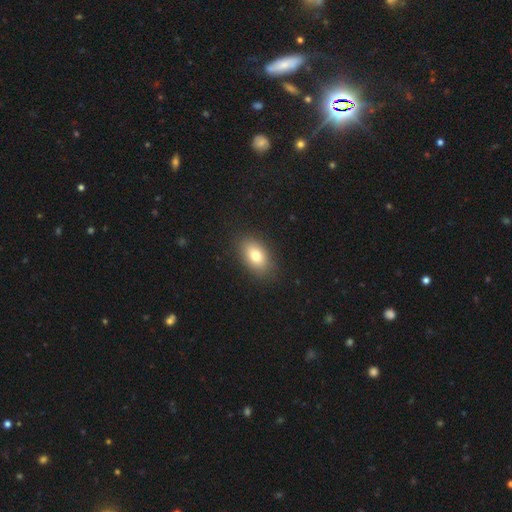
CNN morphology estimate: A smooth galaxy with no disk features (78%) that is in between round and cigar-shaped (87%).

Vote fractions:
- Smooth or featured? smooth: 78% / featured or disk: 13% / star or artifact: 9%
- How rounded? in between: 87% / round: 11% / cigar-shaped: 2%
- Merging? none: 87% / minor disturbance: 10% / major disturbance: 3% / merger: 1%